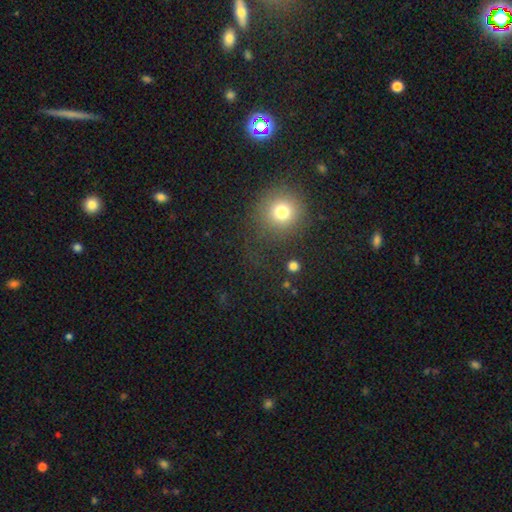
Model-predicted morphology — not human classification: A smooth galaxy with no disk features (65%) that is round (92%).

Vote fractions:
- Smooth or featured? smooth: 65% / star or artifact: 27% / featured or disk: 8%
- How rounded? round: 92% / in between: 7% / cigar-shaped: 1%
- Merging? none: 79% / minor disturbance: 12% / major disturbance: 6% / merger: 3%